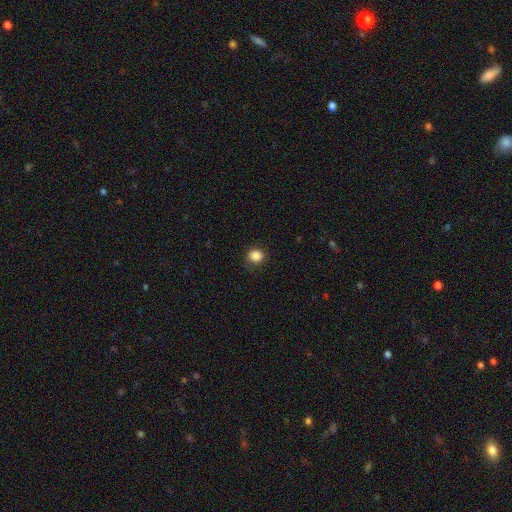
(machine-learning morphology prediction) A smooth galaxy with no disk features (86%) that is round (81%).

Vote fractions:
- Smooth or featured? smooth: 86% / star or artifact: 11% / featured or disk: 4%
- How rounded? round: 81% / in between: 18% / cigar-shaped: 1%
- Merging? none: 83% / minor disturbance: 13% / major disturbance: 4% / merger: 1%